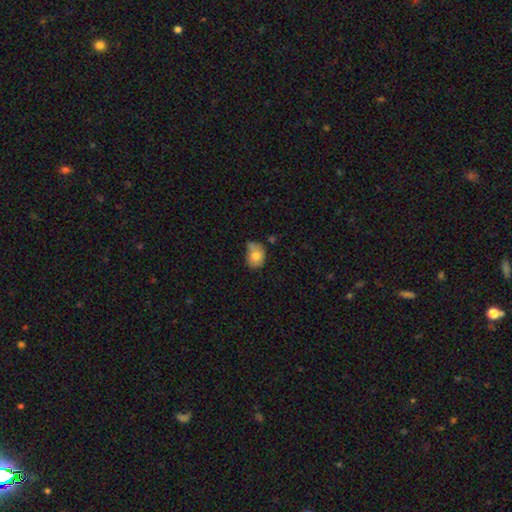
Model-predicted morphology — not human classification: Q: Smooth or featured?
A: smooth (76%); runner-up: featured or disk (16%)
Q: How rounded?
A: in between (57%); runner-up: round (42%)
Q: Merging?
A: none (42%); runner-up: minor disturbance (38%)